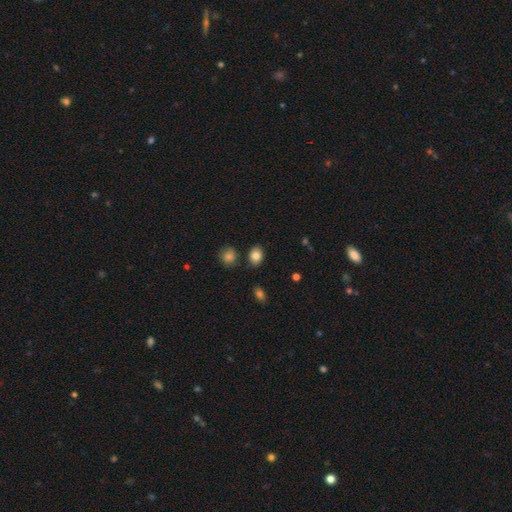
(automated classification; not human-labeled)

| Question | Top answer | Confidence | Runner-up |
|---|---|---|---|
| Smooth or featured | smooth | 84% | star or artifact (9%) |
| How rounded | in between | 64% | round (34%) |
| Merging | none | 81% | minor disturbance (12%) |